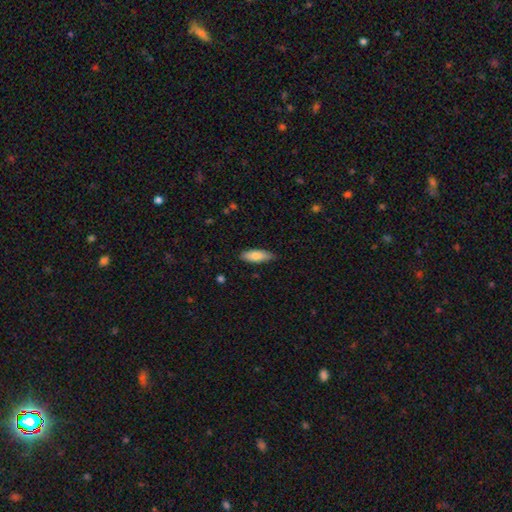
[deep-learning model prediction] smooth_or_featured: smooth (p=0.80) [alt: featured or disk p=0.14]
how_rounded: in between (p=0.62) [alt: cigar-shaped p=0.36]
merging: none (p=0.82) [alt: minor disturbance p=0.15]